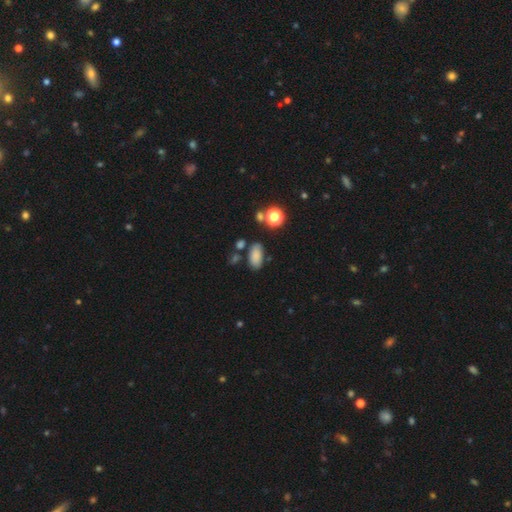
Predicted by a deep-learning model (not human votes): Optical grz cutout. It shows a smooth galaxy with no disk features (81%) that is in between round and cigar-shaped (89%). Merging: none (74%).